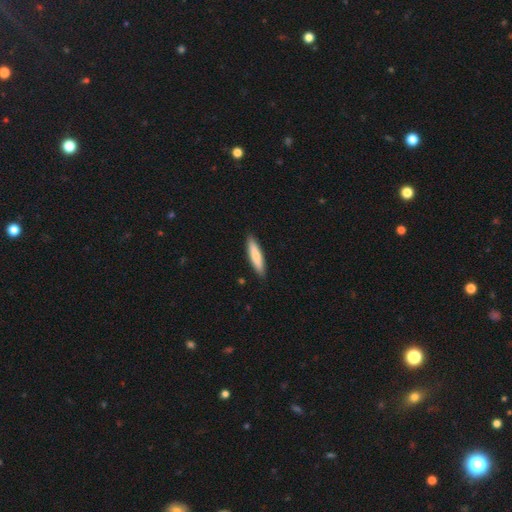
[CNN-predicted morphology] This is likely a smooth galaxy (74%). How rounded: likely cigar-shaped (80%). Merging: clearly none (90%).